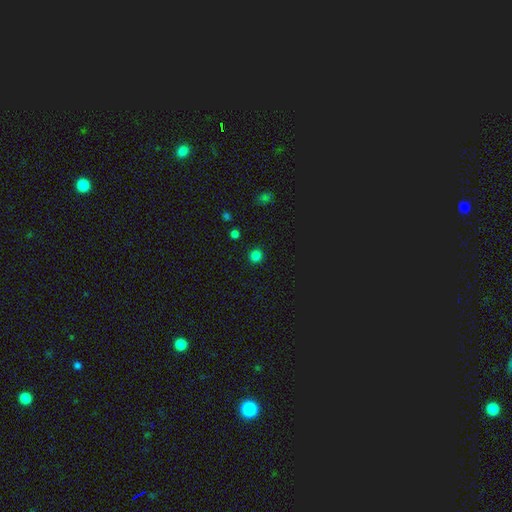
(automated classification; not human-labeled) Smooth or featured? smooth (80%)
How rounded? round (92%)
Merging? none (91%)